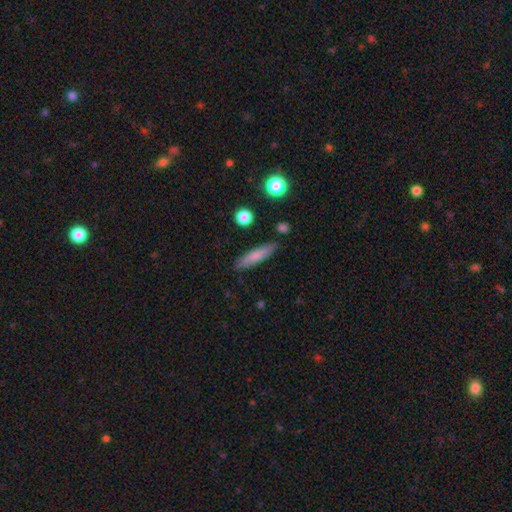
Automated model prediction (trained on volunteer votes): smooth 73%, featured or disk 20%, star or artifact 7%. Down the decision tree: how rounded — cigar-shaped (83%); merging — none (85%).